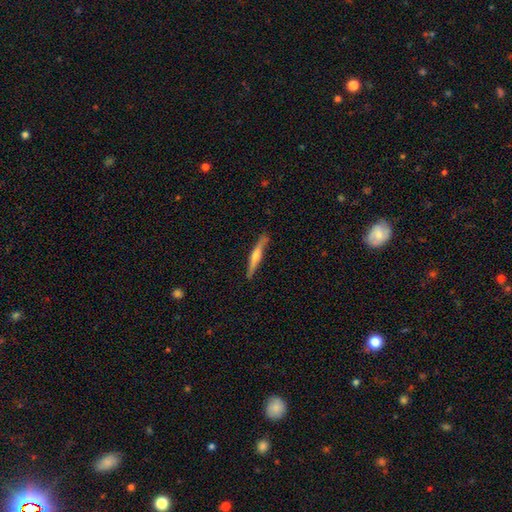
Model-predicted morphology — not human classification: A featured or disk galaxy (66%) viewed edge-on (97%) with a rounded central bulge (76%).

Vote fractions:
- Smooth or featured? featured or disk: 66% / smooth: 29% / star or artifact: 6%
- Edge-on disk? yes: 97% / no: 3%
- Edge-on bulge? rounded: 76% / boxy: 12% / none: 12%
- Merging? none: 87% / minor disturbance: 10% / major disturbance: 2% / merger: 1%